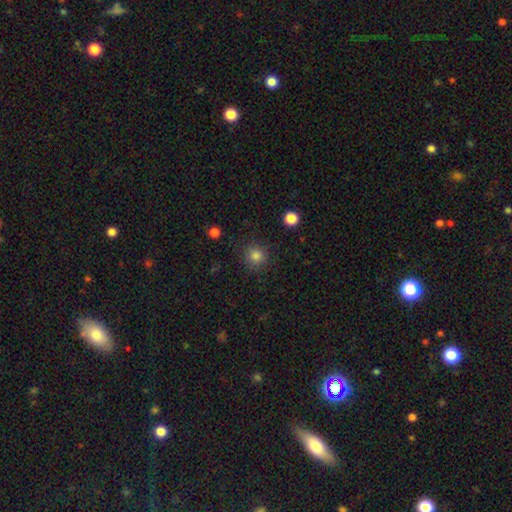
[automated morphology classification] Smooth or featured? Predicted: smooth (p=0.83). How rounded? Predicted: round (p=0.93). Merging? Predicted: none (p=0.89).